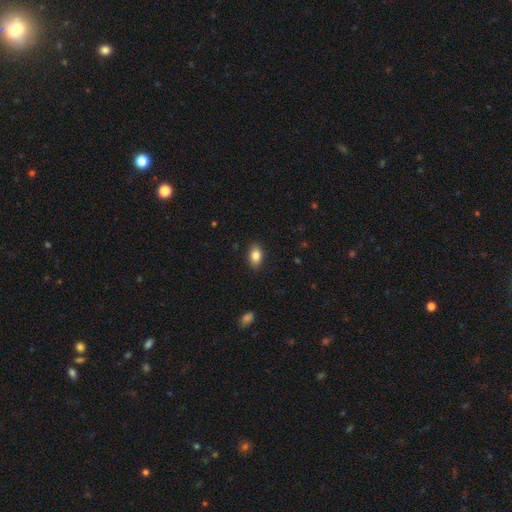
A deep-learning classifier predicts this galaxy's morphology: This is clearly a smooth galaxy (83%). How rounded: clearly in between (88%). Merging: clearly none (88%).